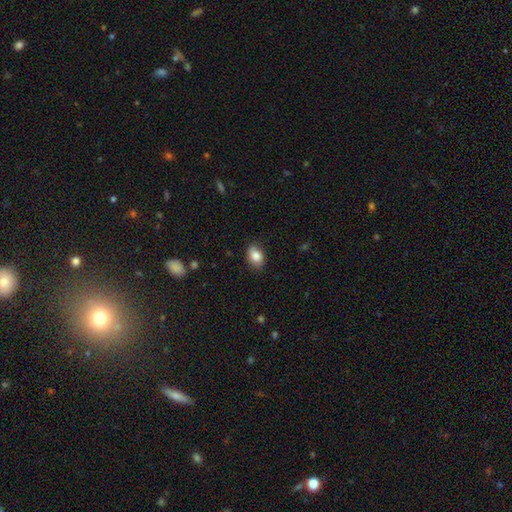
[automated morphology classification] smooth 85%, star or artifact 8%, featured or disk 7%. Down the decision tree: how rounded — in between (74%); merging — none (79%).